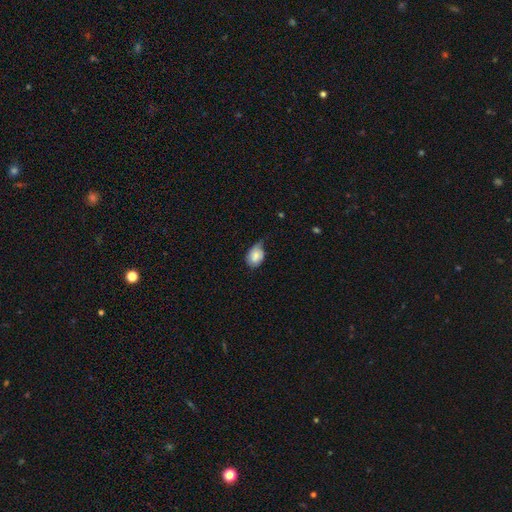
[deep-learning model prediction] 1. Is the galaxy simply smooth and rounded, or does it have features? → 78% smooth, 15% featured or disk, 7% star or artifact.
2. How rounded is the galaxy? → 75% in between, 24% round, 1% cigar-shaped.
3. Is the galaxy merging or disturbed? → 49% minor disturbance, 34% none, 15% major disturbance, 2% merger.